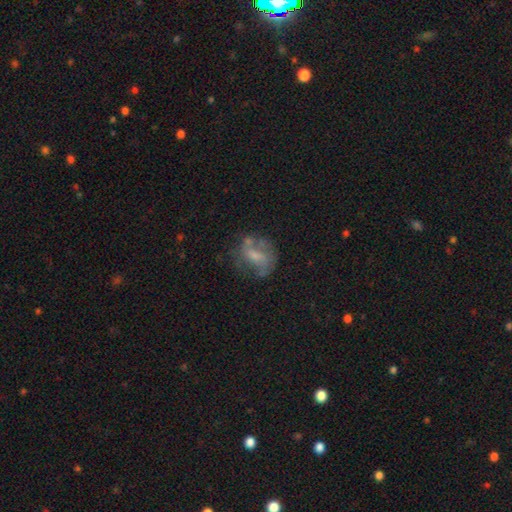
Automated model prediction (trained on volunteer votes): This appears to be a featured or disk galaxy (48%). Merging: none (47%).